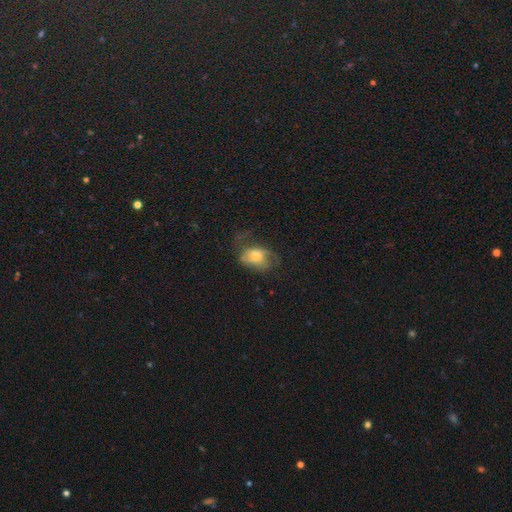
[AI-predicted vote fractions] Smooth or featured?
  - smooth: 52% *
  - featured or disk: 37%
  - star or artifact: 11%
How rounded?
  - in between: 81% *
  - round: 17%
  - cigar-shaped: 2%
Merging?
  - none: 38% *
  - major disturbance: 34%
  - minor disturbance: 26%
  - merger: 2%